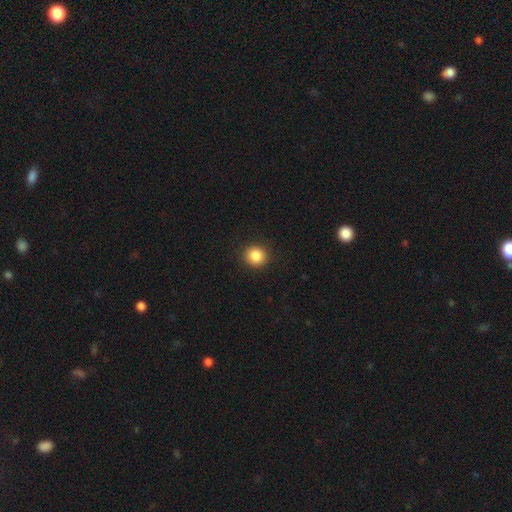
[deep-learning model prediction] The model was most divided on "how rounded": round: 88%, in between: 11%, cigar-shaped: 1%. More confident: merging — none (91%); smooth or featured — smooth (87%).